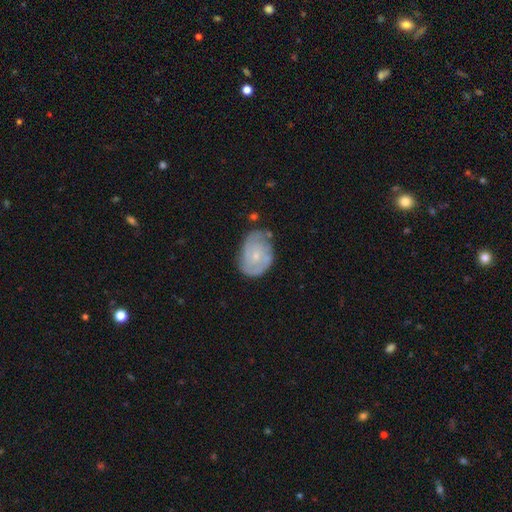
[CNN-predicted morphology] This is likely a featured or disk galaxy (70%). It is clearly not viewed edge-on (97%). Bar: likely no (67%). Spiral arm pattern: clearly yes (87%). Spiral arm count: marginally 2 (41%). Spiral winding: possibly tight (56%). Central bulge: likely small (69%). Merging: possibly none (60%).